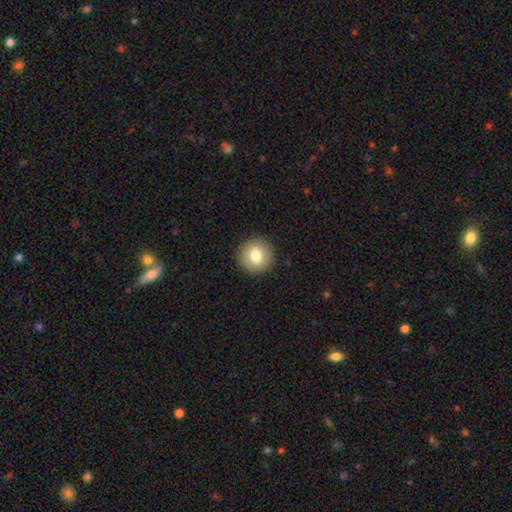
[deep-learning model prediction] smooth 79%, featured or disk 12%, star or artifact 9%. Down the decision tree: how rounded — round (94%); merging — none (92%).